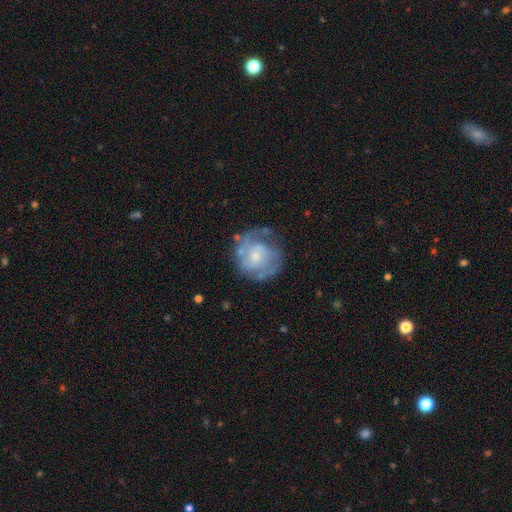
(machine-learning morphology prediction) Overall: featured or disk (77%). Edge-on disk: no (98%). Bar: no (61%; weak 33%). Spiral arms: yes (88%). Spiral arm count: 2 (55%; can't tell 21%). Spiral winding: tight (43%; medium 42%). Bulge size: small (55%; moderate 33%). Merging: none (62%).